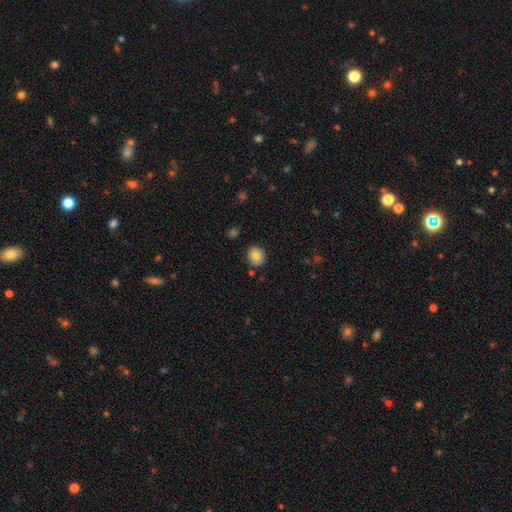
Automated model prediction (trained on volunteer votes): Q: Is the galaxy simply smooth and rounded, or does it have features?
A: smooth — 81%.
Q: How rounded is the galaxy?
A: round — 81%.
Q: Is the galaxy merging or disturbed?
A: none — 85%.